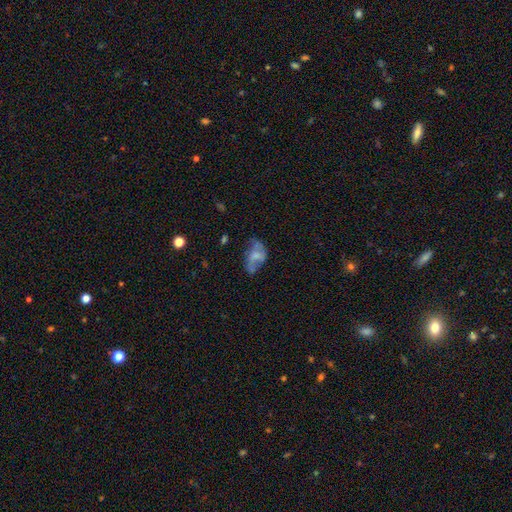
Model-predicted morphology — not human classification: A featured or disk galaxy (52%).

Vote fractions:
- Smooth or featured? featured or disk: 52% / smooth: 39% / star or artifact: 9%
- Edge-on disk? no: 96% / yes: 4%
- Merging? none: 40% / minor disturbance: 28% / major disturbance: 26% / merger: 6%